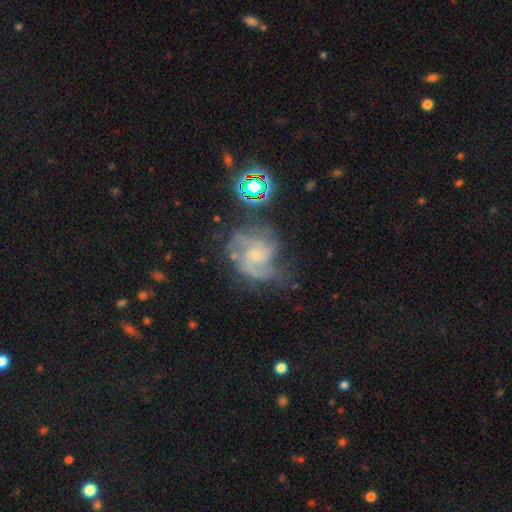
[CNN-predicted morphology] Smooth or featured?
  - featured or disk: 85% *
  - star or artifact: 8%
  - smooth: 7%
Edge-on disk?
  - no: 98% *
  - yes: 2%
Bar?
  - no: 62% *
  - weak: 32%
  - strong: 5%
Spiral arms?
  - yes: 97% *
  - no: 3%
Spiral winding?
  - medium: 54% *
  - tight: 29%
  - loose: 17%
Spiral arm count?
  - 3: 37% *
  - 2: 33%
  - can't tell: 14%
  - 4: 7%
  - 1: 5%
  - more than 4: 5%
Bulge size?
  - small: 64% *
  - moderate: 26%
  - none: 8%
  - large: 1%
  - dominant: 1%
Merging?
  - none: 55% *
  - minor disturbance: 24%
  - major disturbance: 17%
  - merger: 4%